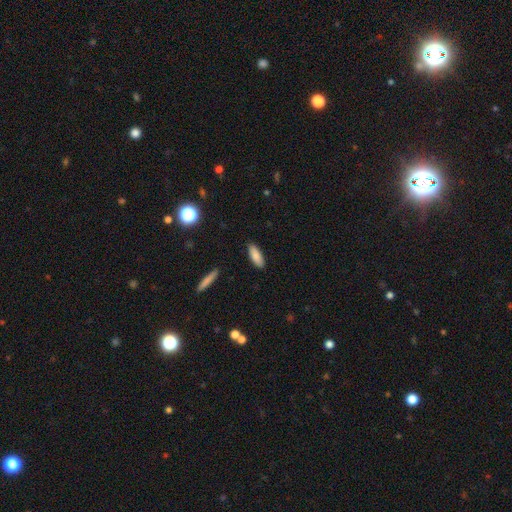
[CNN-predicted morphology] Smooth or featured? Predicted: smooth (p=0.86). How rounded? Predicted: in between (p=0.62). Merging? Predicted: none (p=0.89).